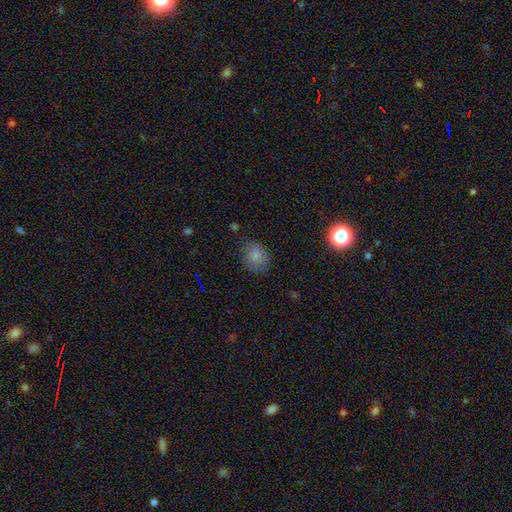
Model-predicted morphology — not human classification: smooth 81%, star or artifact 12%, featured or disk 7%. Down the decision tree: how rounded — round (62%); merging — none (78%).